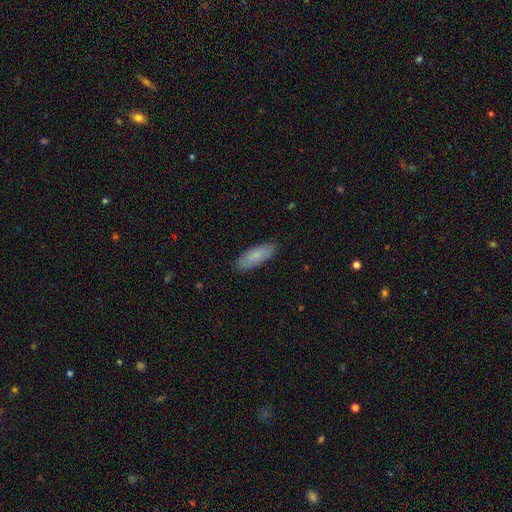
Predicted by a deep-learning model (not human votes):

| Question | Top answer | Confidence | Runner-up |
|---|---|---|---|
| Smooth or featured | smooth | 82% | featured or disk (12%) |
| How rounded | in between | 65% | cigar-shaped (33%) |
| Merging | none | 87% | minor disturbance (10%) |